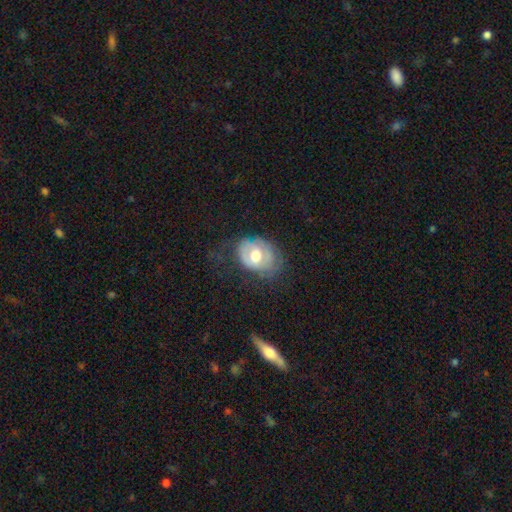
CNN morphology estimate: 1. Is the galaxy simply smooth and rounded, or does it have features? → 46% smooth (tied), 46% featured or disk (tied), 8% star or artifact.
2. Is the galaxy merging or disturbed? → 49% none, 28% minor disturbance, 21% major disturbance, 1% merger.